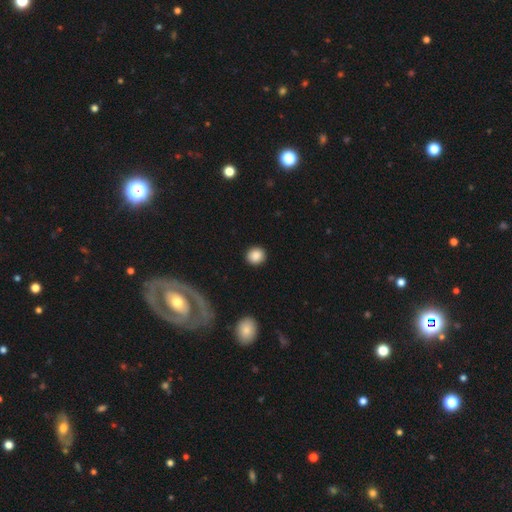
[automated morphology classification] This is clearly a smooth galaxy (87%). How rounded: clearly round (86%). Merging: clearly none (91%).